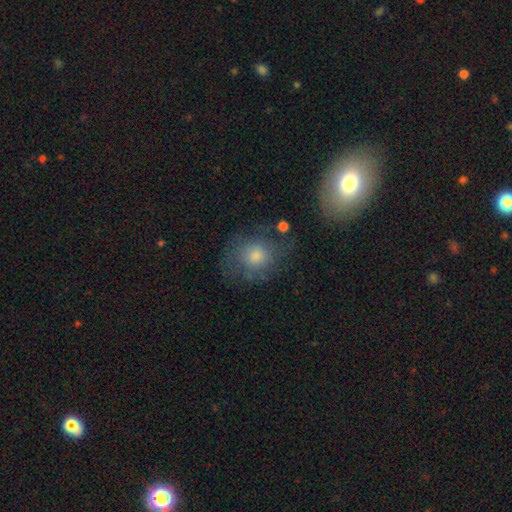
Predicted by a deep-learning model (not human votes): Smooth or featured?
  - smooth: 63% *
  - featured or disk: 24%
  - star or artifact: 13%
How rounded?
  - round: 73% *
  - in between: 26%
  - cigar-shaped: 1%
Merging?
  - none: 63% *
  - minor disturbance: 19%
  - major disturbance: 12%
  - merger: 5%